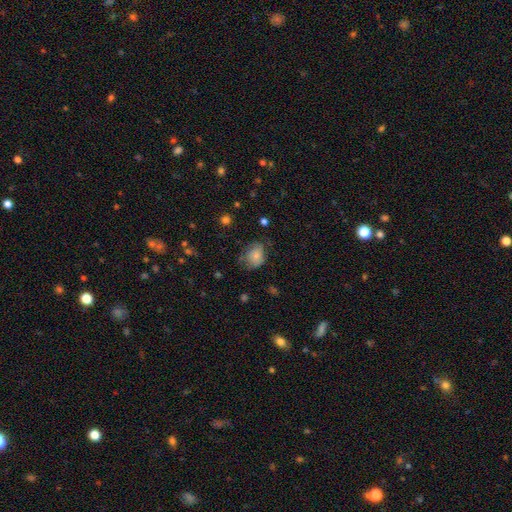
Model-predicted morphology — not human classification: smooth-or-featured: smooth: 70% | featured or disk: 21% | star or artifact: 9%
  how-rounded: in between: 56% | round: 43% | cigar-shaped: 1%
  merging: none: 54% | minor disturbance: 31% | major disturbance: 13% | merger: 2%